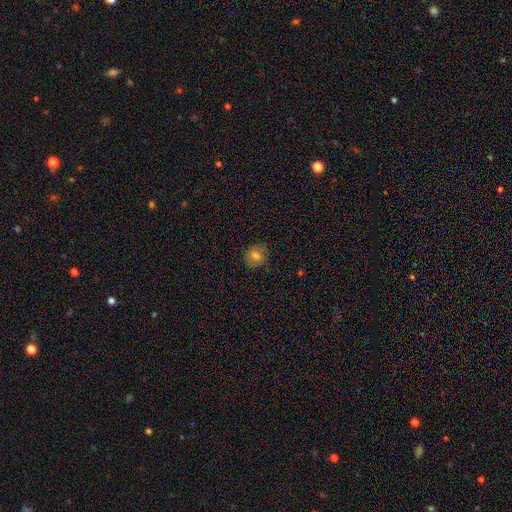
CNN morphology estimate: This is likely a smooth galaxy (76%). How rounded: clearly round (82%). Merging: clearly none (83%).